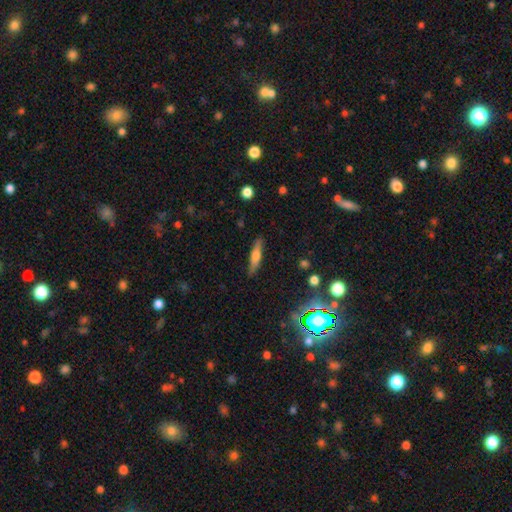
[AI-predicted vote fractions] Q: Smooth or featured?
A: smooth (48%); runner-up: featured or disk (45%)
Q: Merging?
A: none (87%); runner-up: minor disturbance (10%)